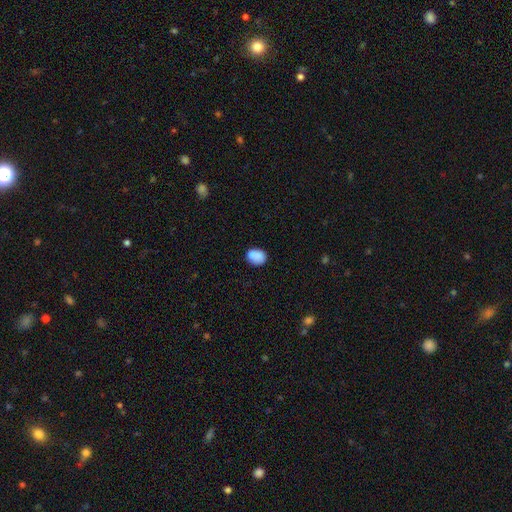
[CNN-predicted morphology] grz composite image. It shows a smooth galaxy with no disk features (86%) that is in between round and cigar-shaped (61%). Merging: none (75%).